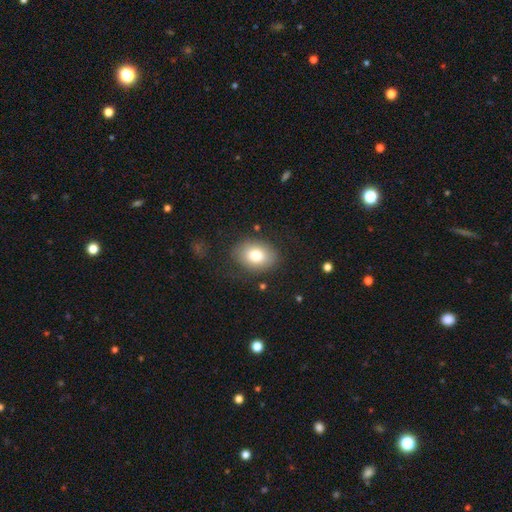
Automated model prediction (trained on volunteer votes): The model was most divided on "how rounded": in between: 70%, round: 29%, cigar-shaped: 1%. More confident: merging — none (78%); smooth or featured — smooth (77%).